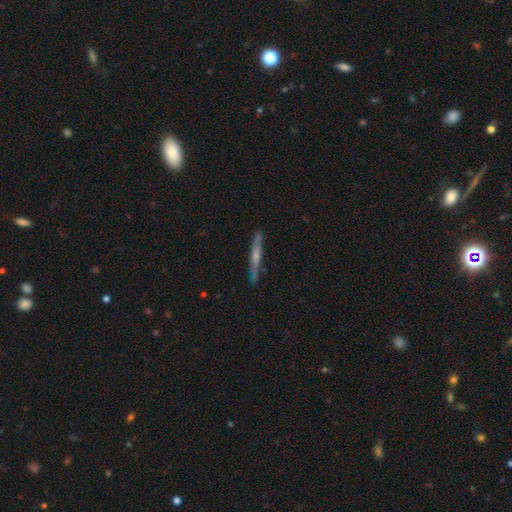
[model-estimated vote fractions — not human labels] Smooth or featured?
  - featured or disk: 69% *
  - smooth: 24%
  - star or artifact: 6%
Edge-on disk?
  - yes: 96% *
  - no: 4%
Edge-on bulge?
  - rounded: 75% *
  - none: 20%
  - boxy: 5%
Merging?
  - none: 88% *
  - minor disturbance: 9%
  - major disturbance: 2%
  - merger: 1%